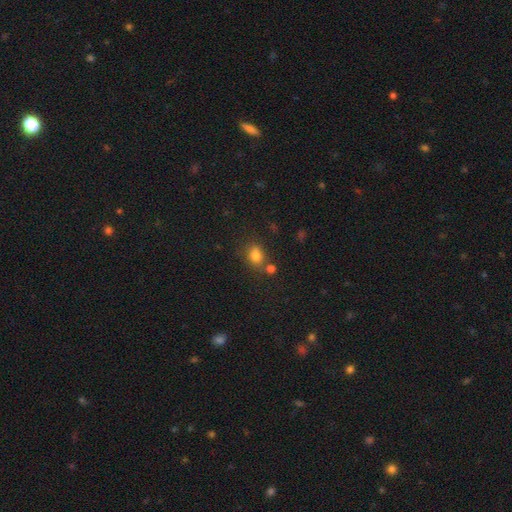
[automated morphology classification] This is likely a smooth galaxy (78%). How rounded: possibly round (51%). Merging: possibly none (59%).